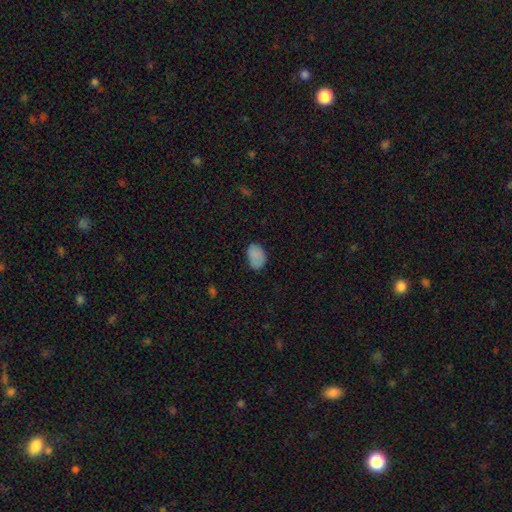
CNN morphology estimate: Q: Smooth or featured?
A: smooth (85%); runner-up: star or artifact (9%)
Q: How rounded?
A: in between (87%); runner-up: round (11%)
Q: Merging?
A: none (75%); runner-up: minor disturbance (19%)